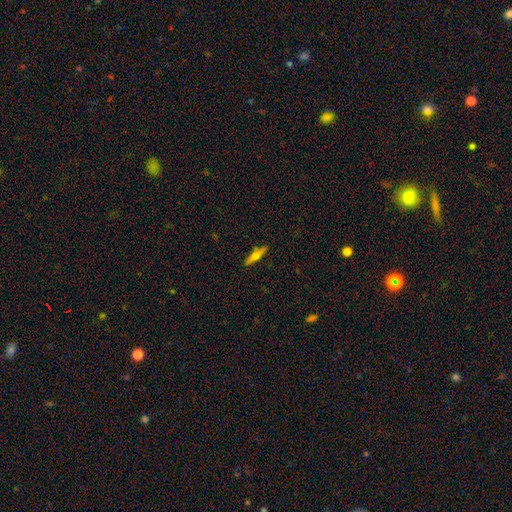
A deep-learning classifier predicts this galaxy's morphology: featured or disk 53%, smooth 40%, star or artifact 7%. Down the decision tree: edge-on disk — yes (95%); edge-on bulge — rounded (92%); merging — none (89%).